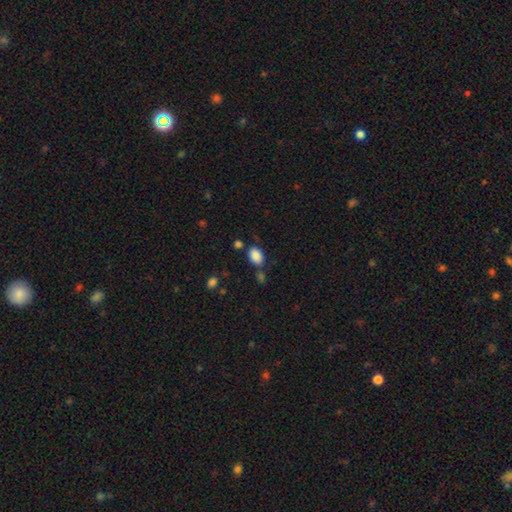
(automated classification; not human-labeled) A smooth galaxy with no disk features (87%) that is in between round and cigar-shaped (87%).

Vote fractions:
- Smooth or featured? smooth: 87% / star or artifact: 9% / featured or disk: 4%
- How rounded? in between: 87% / round: 11% / cigar-shaped: 1%
- Merging? none: 69% / minor disturbance: 16% / merger: 10% / major disturbance: 5%